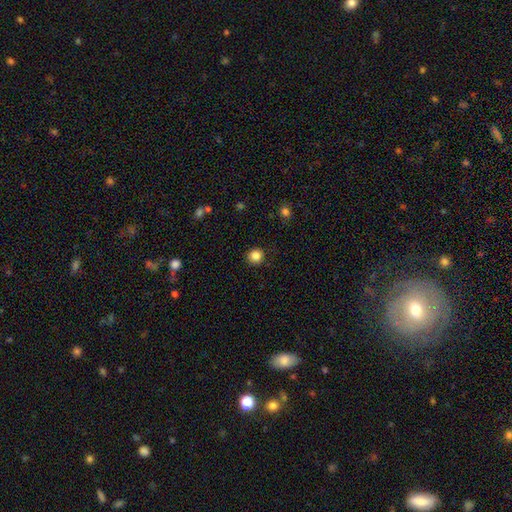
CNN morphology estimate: Smooth or featured: smooth — 85% (star or artifact — 11%)
How rounded: round — 91% (in between — 8%)
Merging: none — 90% (minor disturbance — 7%)